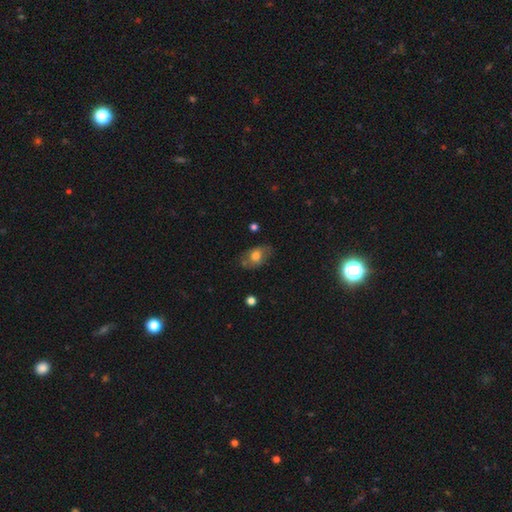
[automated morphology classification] A smooth galaxy with no disk features (63%) that is in between round and cigar-shaped (81%).

Vote fractions:
- Smooth or featured? smooth: 63% / featured or disk: 28% / star or artifact: 9%
- How rounded? in between: 81% / round: 17% / cigar-shaped: 2%
- Merging? none: 65% / minor disturbance: 24% / major disturbance: 8% / merger: 3%